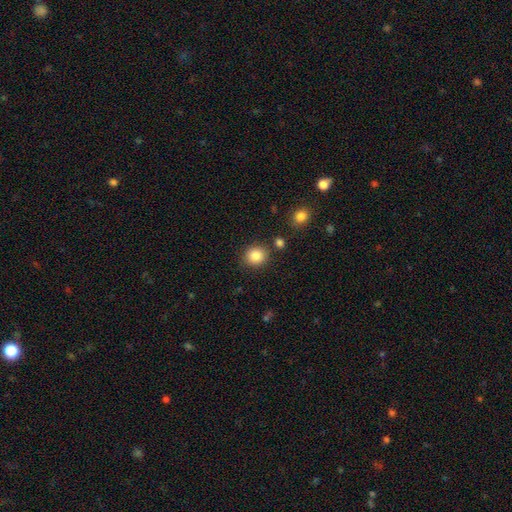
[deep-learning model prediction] Morphology: type=smooth (86%); roundness=round (85%); merging=none (85%).